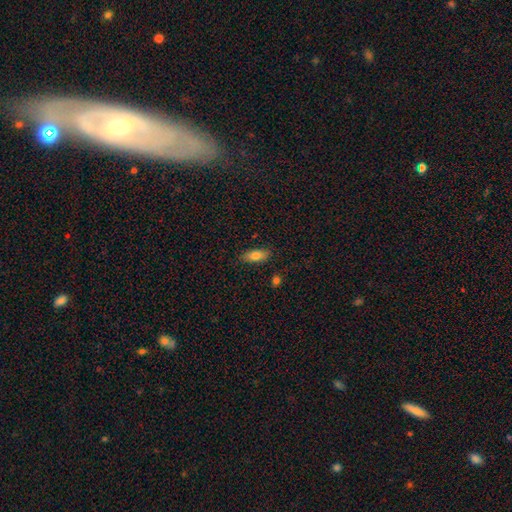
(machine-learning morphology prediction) A smooth galaxy with no disk features (78%) that is in between round and cigar-shaped (80%). Merging: none (85%).